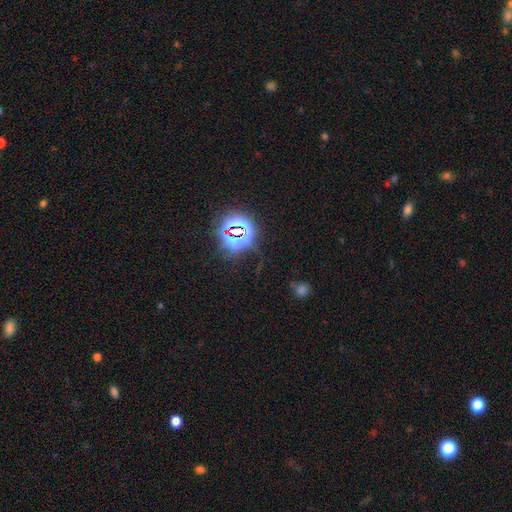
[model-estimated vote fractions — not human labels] A star or artifact, not a galaxy (80%).

Vote fractions:
- Smooth or featured? star or artifact: 80% / smooth: 13% / featured or disk: 7%